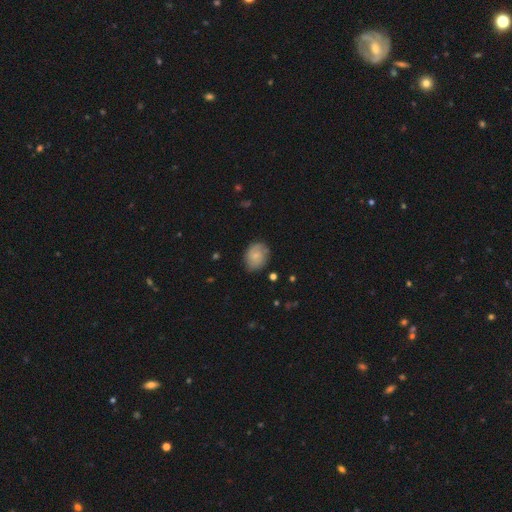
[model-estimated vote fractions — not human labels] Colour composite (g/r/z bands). It shows a smooth galaxy with no disk features (56%) that is round (50%). Merging: none (75%).